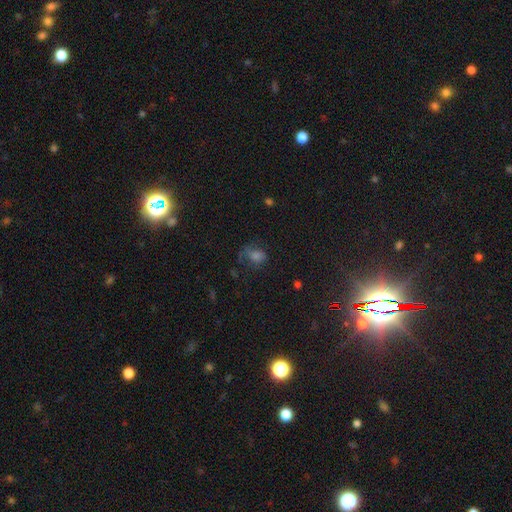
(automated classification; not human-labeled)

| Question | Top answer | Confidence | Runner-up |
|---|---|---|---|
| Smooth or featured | smooth | 46% | star or artifact (33%) |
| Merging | none | 46% | major disturbance (27%) |